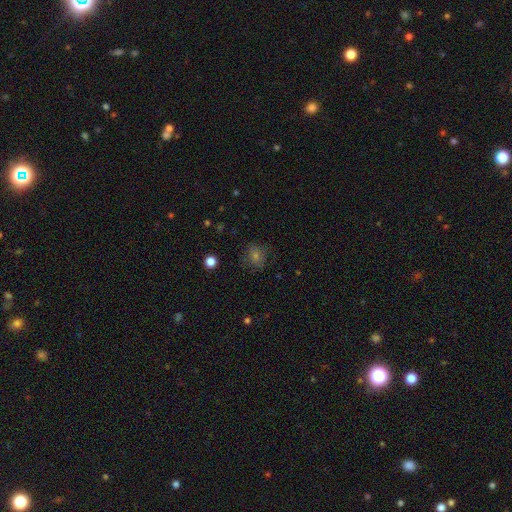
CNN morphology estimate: A smooth galaxy with no disk features (58%) that is round (74%).

Vote fractions:
- Smooth or featured? smooth: 58% / star or artifact: 25% / featured or disk: 17%
- How rounded? round: 74% / in between: 25% / cigar-shaped: 1%
- Merging? none: 81% / minor disturbance: 13% / major disturbance: 5% / merger: 1%